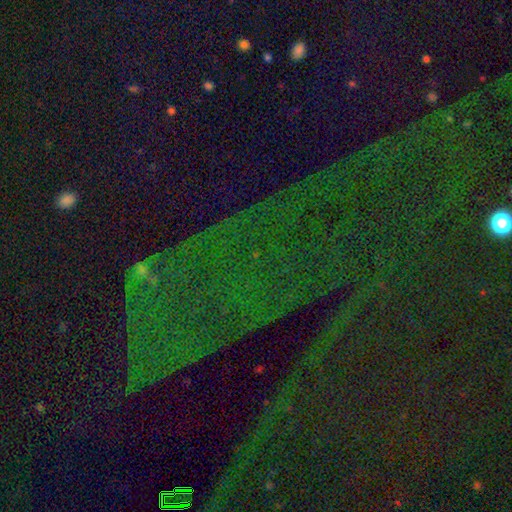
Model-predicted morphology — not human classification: Smooth or featured?
  - star or artifact: 82% *
  - smooth: 9%
  - featured or disk: 9%